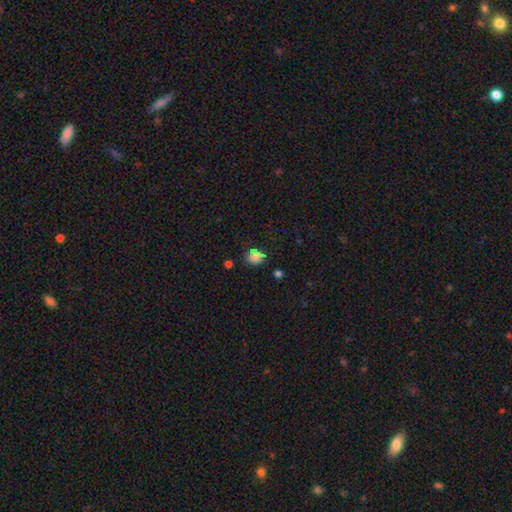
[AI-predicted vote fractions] Smooth or featured?
  - smooth: 84% *
  - star or artifact: 11%
  - featured or disk: 5%
How rounded?
  - round: 75% *
  - in between: 24%
  - cigar-shaped: 1%
Merging?
  - none: 73% *
  - minor disturbance: 20%
  - major disturbance: 4%
  - merger: 3%